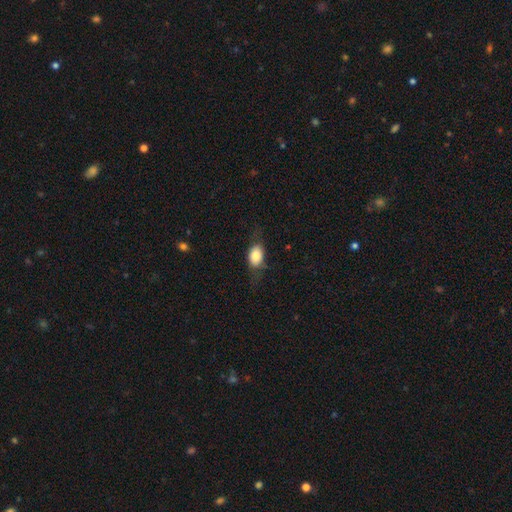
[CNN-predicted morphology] This appears to be a smooth galaxy with no disk features (76%) that is in between round and cigar-shaped (77%). Merging: none (64%).